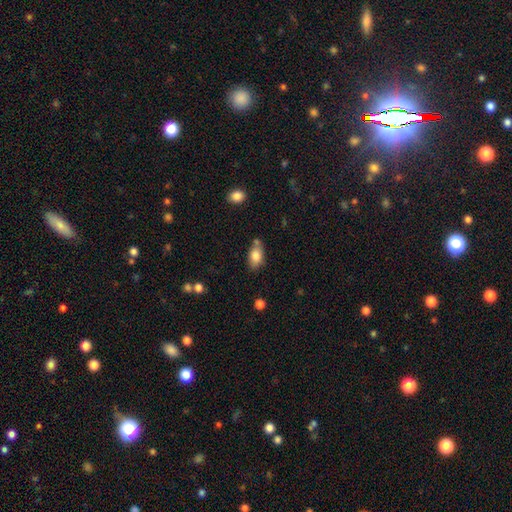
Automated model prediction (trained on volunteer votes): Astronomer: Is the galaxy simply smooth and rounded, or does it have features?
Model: smooth — 81%.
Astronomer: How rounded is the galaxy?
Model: in between — 88%.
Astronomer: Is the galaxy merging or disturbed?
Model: none — 63%.